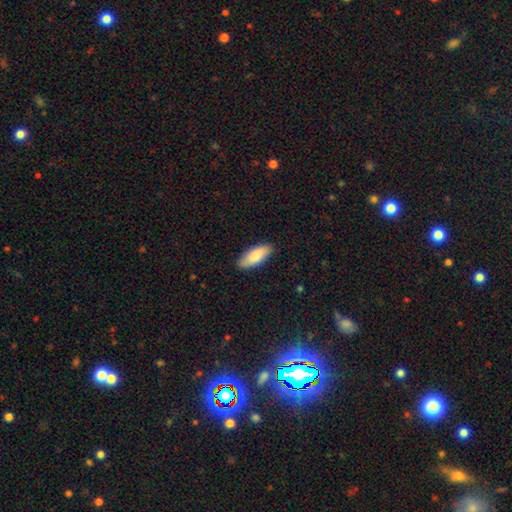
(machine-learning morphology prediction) type=smooth (85%); roundness=in between (76%); merging=none (88%).